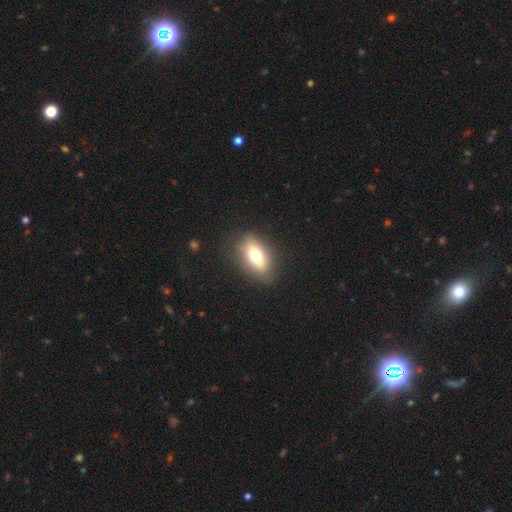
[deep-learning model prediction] This is likely a smooth galaxy (66%). How rounded: likely in between (80%). Merging: clearly none (83%).